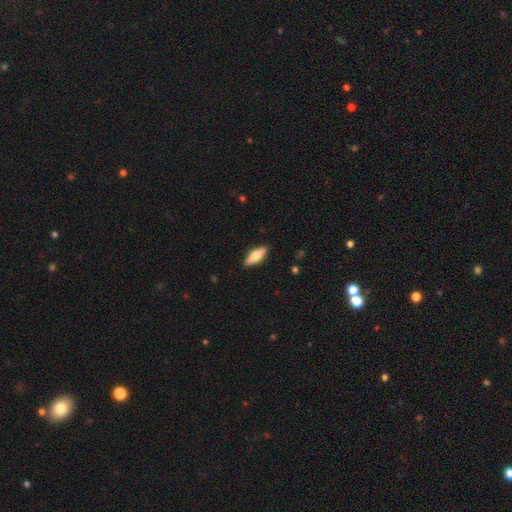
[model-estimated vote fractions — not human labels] Smooth or featured: smooth — 65% (featured or disk — 29%)
How rounded: in between — 64% (cigar-shaped — 34%)
Merging: none — 89% (minor disturbance — 8%)